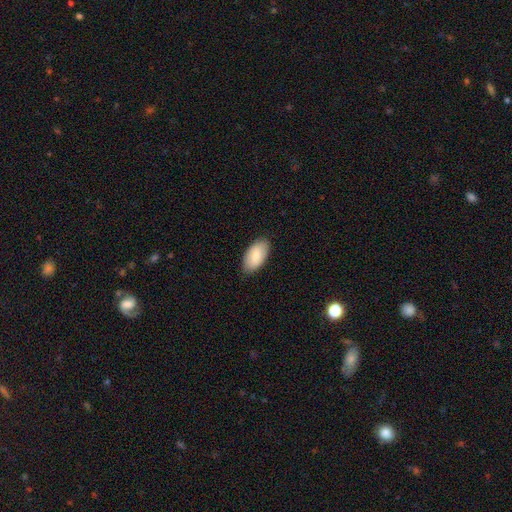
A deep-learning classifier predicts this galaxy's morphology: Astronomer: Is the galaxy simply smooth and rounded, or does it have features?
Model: smooth — 83%.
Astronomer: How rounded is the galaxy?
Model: in between — 96%.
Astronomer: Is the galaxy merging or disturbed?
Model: none — 85%.